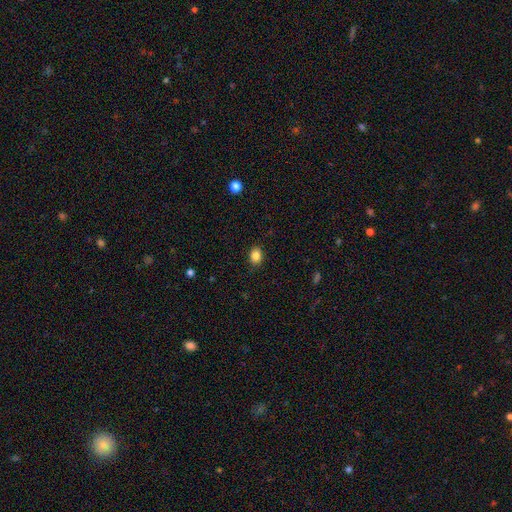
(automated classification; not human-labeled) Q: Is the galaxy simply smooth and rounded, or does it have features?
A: smooth — 85%.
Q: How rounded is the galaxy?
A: in between — 60%.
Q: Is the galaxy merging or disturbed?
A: none — 88%.